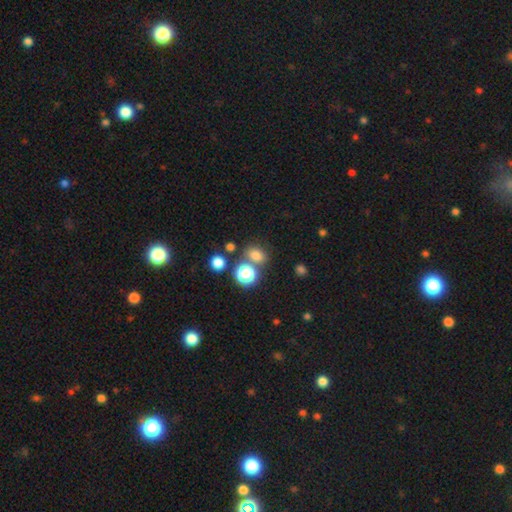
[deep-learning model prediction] This appears to be a smooth galaxy with no disk features (73%) that is round (52%). Merging: none (66%).